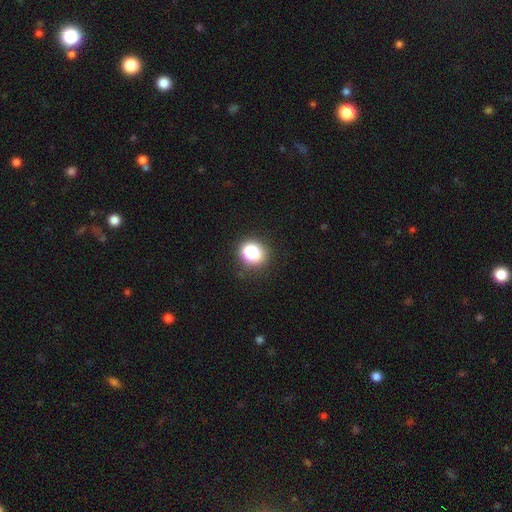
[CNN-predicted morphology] Q: Smooth or featured?
A: smooth (71%); runner-up: star or artifact (23%)
Q: How rounded?
A: round (82%); runner-up: in between (17%)
Q: Merging?
A: none (83%); runner-up: minor disturbance (10%)